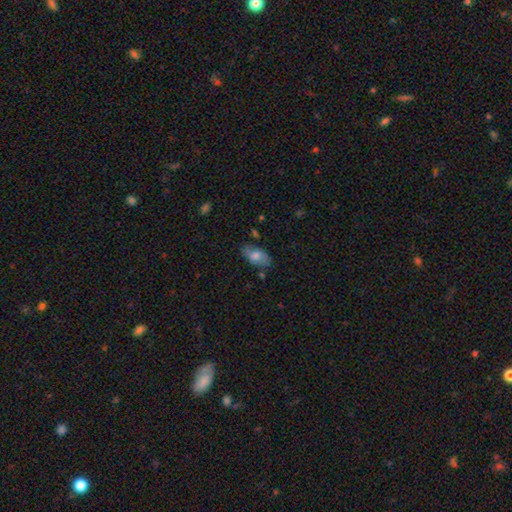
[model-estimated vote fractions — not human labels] smooth-or-featured: smooth: 66% | featured or disk: 26% | star or artifact: 7%
  how-rounded: in between: 91% | round: 5% | cigar-shaped: 4%
  merging: none: 71% | minor disturbance: 21% | major disturbance: 5% | merger: 3%